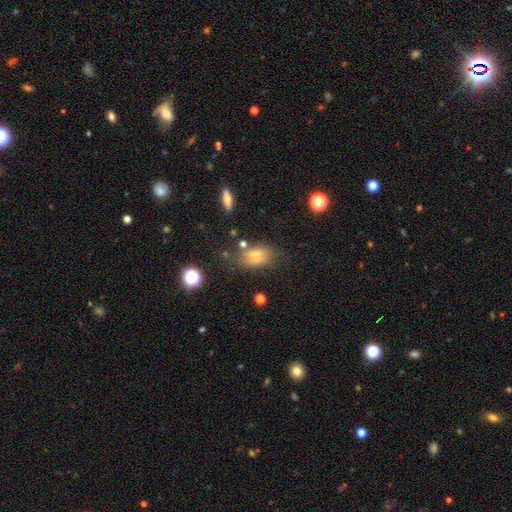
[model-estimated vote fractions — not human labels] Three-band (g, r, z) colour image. It shows a smooth galaxy with no disk features (73%) that is in between round and cigar-shaped (86%). Merging: none (65%).